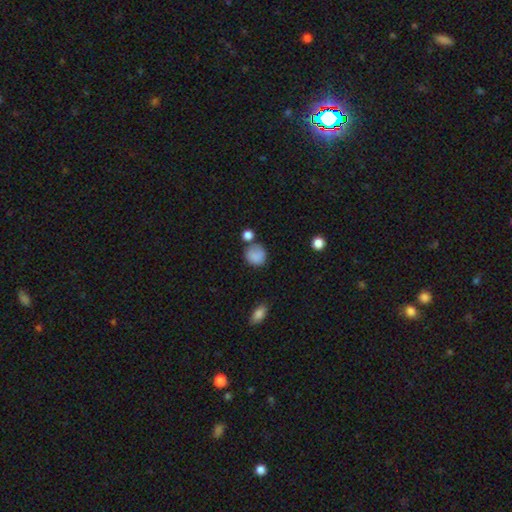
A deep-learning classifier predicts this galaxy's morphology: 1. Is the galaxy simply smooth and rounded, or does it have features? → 85% smooth, 9% star or artifact, 6% featured or disk.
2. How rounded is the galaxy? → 82% round, 17% in between, 1% cigar-shaped.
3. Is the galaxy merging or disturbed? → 63% none, 18% minor disturbance, 13% merger, 6% major disturbance.